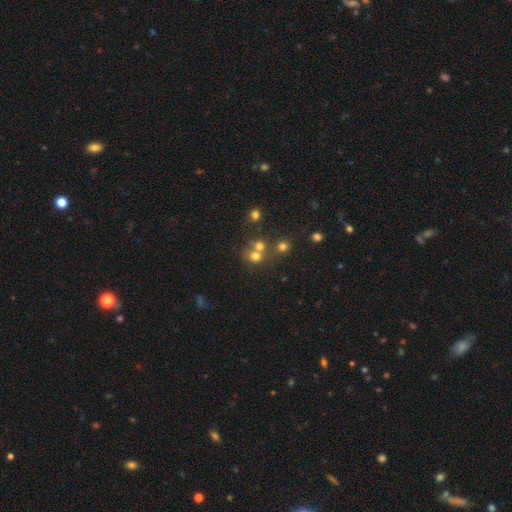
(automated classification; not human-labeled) A smooth galaxy with no disk features (67%) that is round (78%). Merging: none (44%).